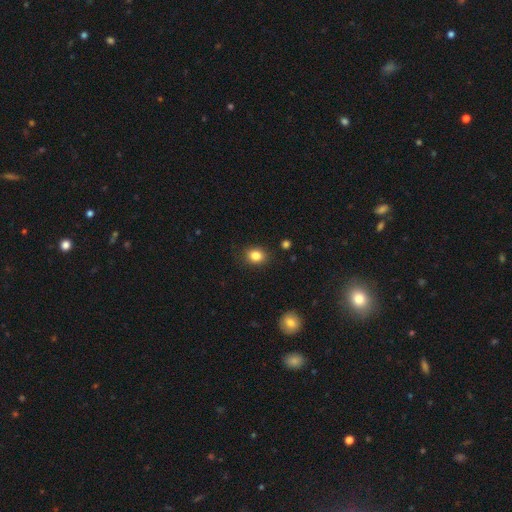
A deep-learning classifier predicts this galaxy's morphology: A smooth galaxy with no disk features (84%) that is round (55%). Merging: none (87%).